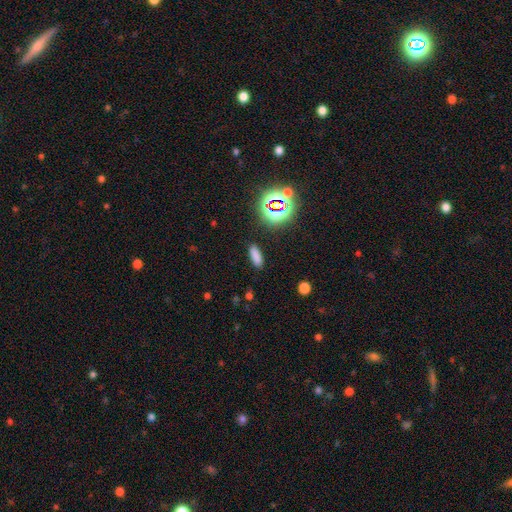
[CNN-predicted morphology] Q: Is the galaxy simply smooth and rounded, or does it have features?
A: smooth — 75%.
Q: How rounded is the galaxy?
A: in between — 54%.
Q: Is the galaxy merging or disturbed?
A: none — 88%.